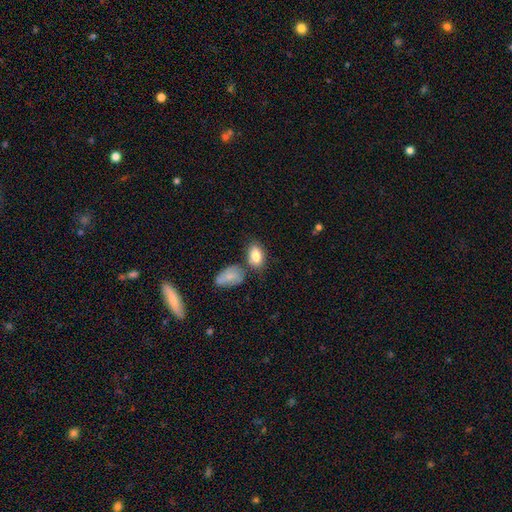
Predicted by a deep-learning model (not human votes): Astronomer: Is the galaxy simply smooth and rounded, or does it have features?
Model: smooth — 83%.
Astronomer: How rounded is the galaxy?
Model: in between — 91%.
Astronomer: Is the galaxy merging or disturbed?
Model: none — 59%.